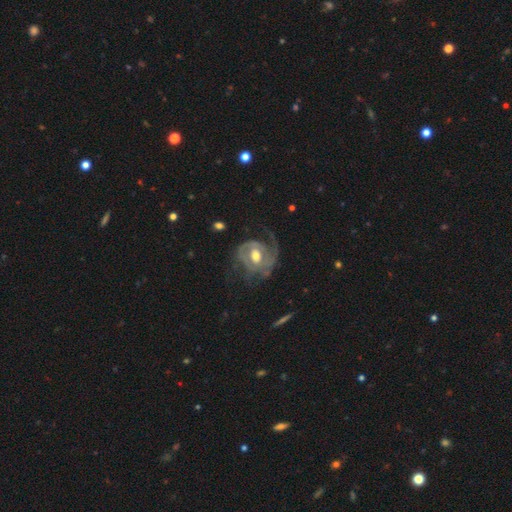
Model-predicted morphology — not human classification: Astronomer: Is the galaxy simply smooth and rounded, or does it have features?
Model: featured or disk — 84%.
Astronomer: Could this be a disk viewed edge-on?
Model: no — 97%.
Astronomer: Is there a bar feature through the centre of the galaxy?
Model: no — 46% (runner-up: weak, 41%).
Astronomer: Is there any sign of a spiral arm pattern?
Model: yes — 91%.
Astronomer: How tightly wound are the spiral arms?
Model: tight — 43% (runner-up: medium, 38%).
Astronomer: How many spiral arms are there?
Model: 2 — 43% (runner-up: 1, 26%).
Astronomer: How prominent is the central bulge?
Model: moderate — 73%.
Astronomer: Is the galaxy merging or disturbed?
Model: none — 48% (runner-up: major disturbance, 29%).